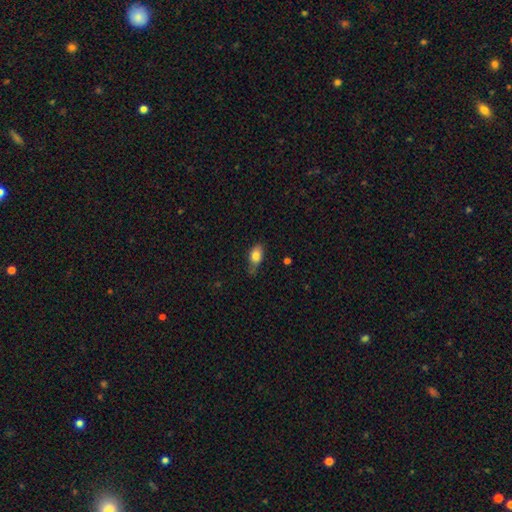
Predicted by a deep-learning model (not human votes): A smooth galaxy with no disk features (82%) that is in between round and cigar-shaped (87%).

Vote fractions:
- Smooth or featured? smooth: 82% / featured or disk: 10% / star or artifact: 8%
- How rounded? in between: 87% / round: 8% / cigar-shaped: 5%
- Merging? none: 57% / minor disturbance: 33% / major disturbance: 7% / merger: 3%